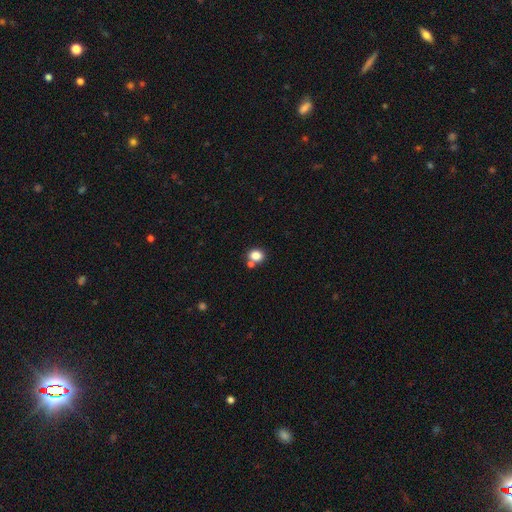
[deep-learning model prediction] Morphology: type=smooth (84%); roundness=round (55%); merging=none (62%).